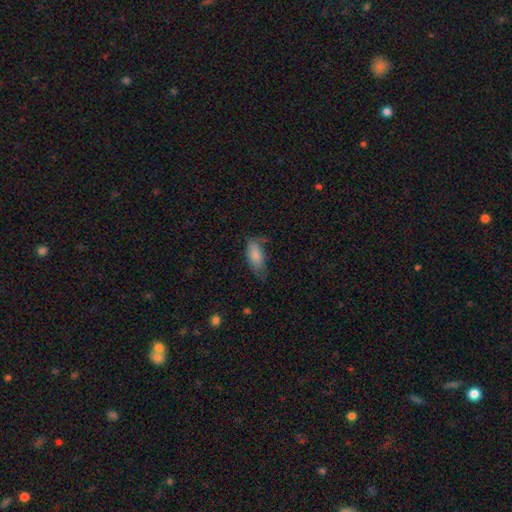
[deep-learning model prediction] A smooth galaxy with no disk features (81%) that is in between round and cigar-shaped (88%). Merging: none (53%).